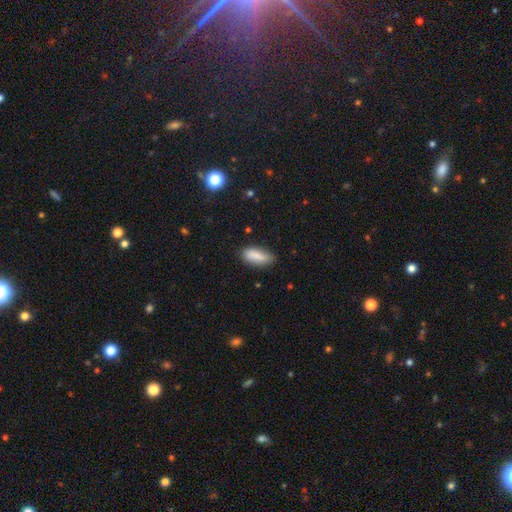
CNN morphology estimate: type=smooth (84%); roundness=in between (77%); merging=none (78%).